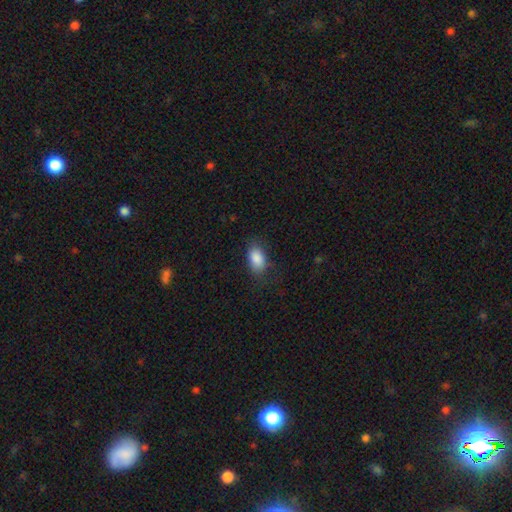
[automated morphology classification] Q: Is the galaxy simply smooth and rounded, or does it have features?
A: smooth — 86%.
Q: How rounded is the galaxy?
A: in between — 89%.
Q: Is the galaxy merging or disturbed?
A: none — 77%.